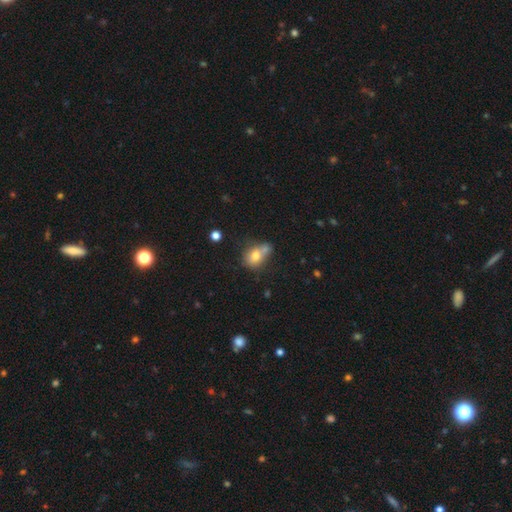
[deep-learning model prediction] This is likely a smooth galaxy (73%). How rounded: possibly in between (53%). Merging: marginally merger (38%).